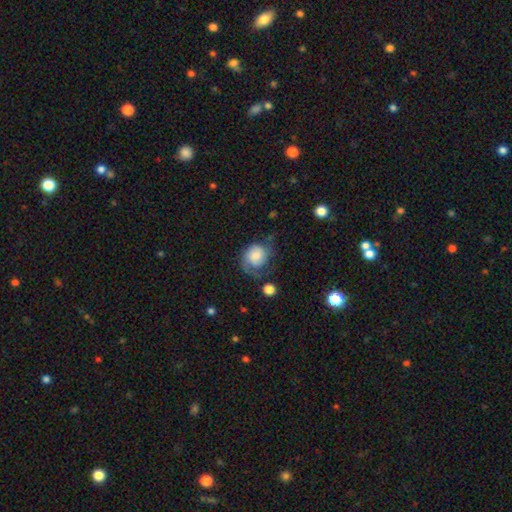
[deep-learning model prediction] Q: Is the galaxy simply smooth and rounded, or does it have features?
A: smooth — 53%.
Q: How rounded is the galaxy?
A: round — 66%.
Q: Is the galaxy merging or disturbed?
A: none — 45%.